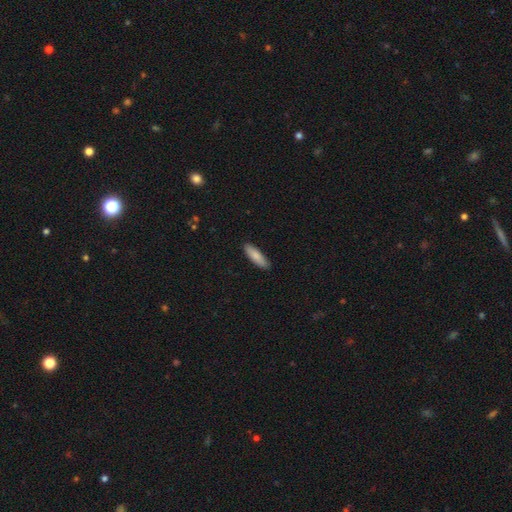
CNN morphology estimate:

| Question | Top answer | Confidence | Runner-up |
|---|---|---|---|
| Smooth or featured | smooth | 84% | featured or disk (10%) |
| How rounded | cigar-shaped | 58% | in between (40%) |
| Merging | none | 90% | minor disturbance (8%) |